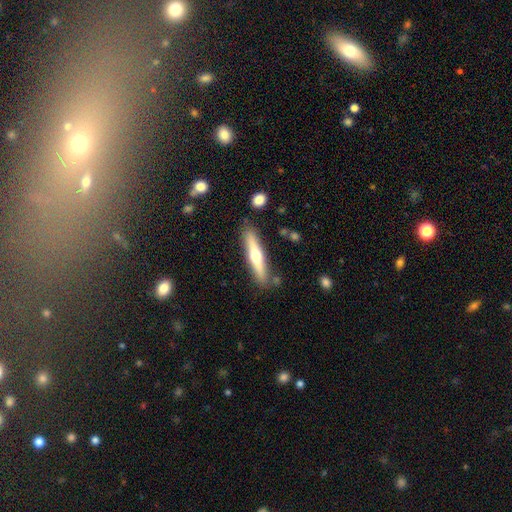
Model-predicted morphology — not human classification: Smooth or featured? Predicted: featured or disk (p=0.55). Edge-on disk? Predicted: yes (p=0.94). Edge-on bulge? Predicted: rounded (p=0.91). Merging? Predicted: none (p=0.84).